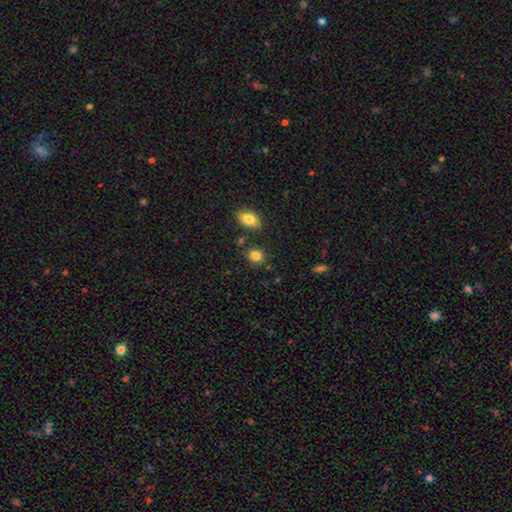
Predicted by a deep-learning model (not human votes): smooth_or_featured: smooth (p=0.85) [alt: star or artifact p=0.10]
how_rounded: round (p=0.65) [alt: in between p=0.33]
merging: none (p=0.81) [alt: minor disturbance p=0.10]